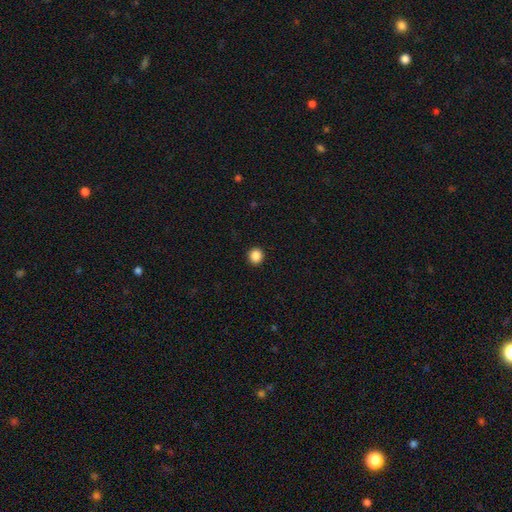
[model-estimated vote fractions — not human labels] smooth-or-featured: smooth: 87% | star or artifact: 10% | featured or disk: 3%
  how-rounded: round: 92% | in between: 8% | cigar-shaped: 1%
  merging: none: 93% | minor disturbance: 4% | major disturbance: 2% | merger: 1%